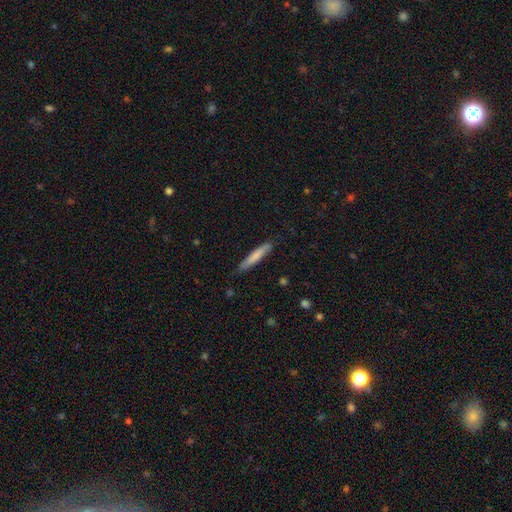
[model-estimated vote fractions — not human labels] smooth 74%, featured or disk 21%, star or artifact 5%. Down the decision tree: how rounded — cigar-shaped (92%); merging — none (81%).